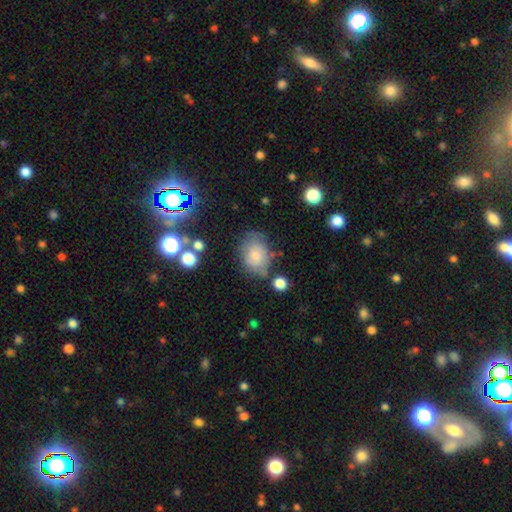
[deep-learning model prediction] Overall: smooth (73%). How rounded: in between (73%). Merging: none (56%; minor disturbance 26%).